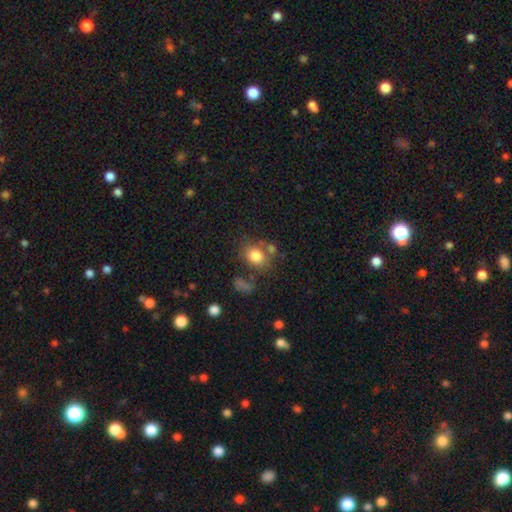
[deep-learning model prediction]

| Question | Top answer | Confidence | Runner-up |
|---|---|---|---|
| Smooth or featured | smooth | 79% | featured or disk (11%) |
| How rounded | round | 50% | in between (49%) |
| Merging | none | 58% | minor disturbance (17%) |